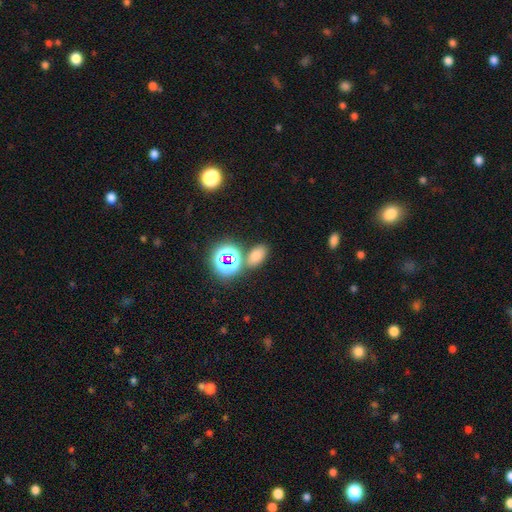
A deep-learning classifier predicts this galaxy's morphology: This is likely a smooth galaxy (67%). How rounded: clearly in between (83%). Merging: likely none (72%).